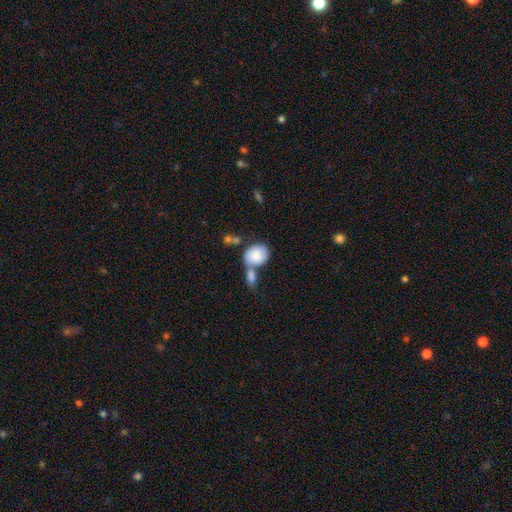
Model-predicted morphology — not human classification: This is clearly a smooth galaxy (82%). How rounded: possibly round (52%). Merging: possibly merger (51%).